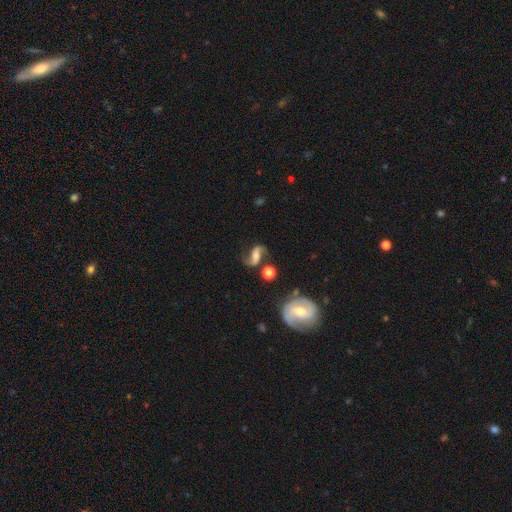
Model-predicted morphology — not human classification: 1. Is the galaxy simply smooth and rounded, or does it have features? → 84% featured or disk, 9% smooth, 7% star or artifact.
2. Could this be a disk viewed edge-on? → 97% no, 3% yes.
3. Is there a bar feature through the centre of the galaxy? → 39% weak, 32% no, 29% strong.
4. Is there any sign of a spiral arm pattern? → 96% yes, 4% no.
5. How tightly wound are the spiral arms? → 66% loose, 28% medium, 7% tight.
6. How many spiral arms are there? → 93% 2, 2% 1, 2% can't tell, 1% 3, 1% 4, 1% more than 4.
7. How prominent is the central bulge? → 48% moderate, 35% small, 8% large, 8% none, 2% dominant.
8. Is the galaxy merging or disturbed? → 71% none, 15% minor disturbance, 8% major disturbance, 6% merger.